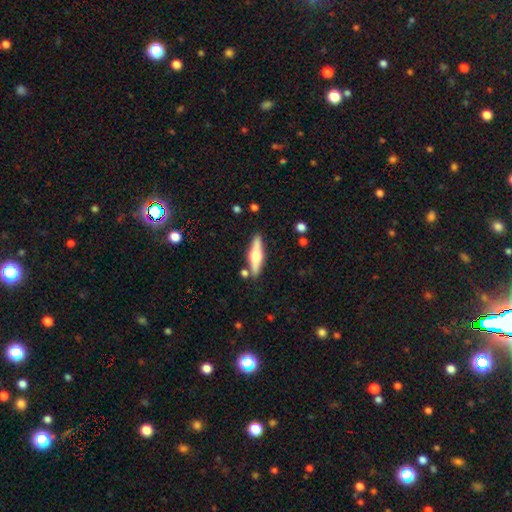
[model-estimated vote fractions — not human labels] This appears to be a featured or disk galaxy (61%) viewed edge-on (96%) with a rounded central bulge (92%). Merging: none (84%).